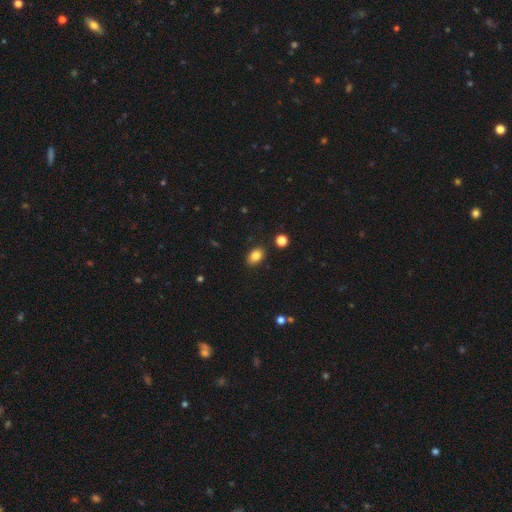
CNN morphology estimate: A smooth galaxy with no disk features (84%) that is in between round and cigar-shaped (82%). Merging: none (86%).